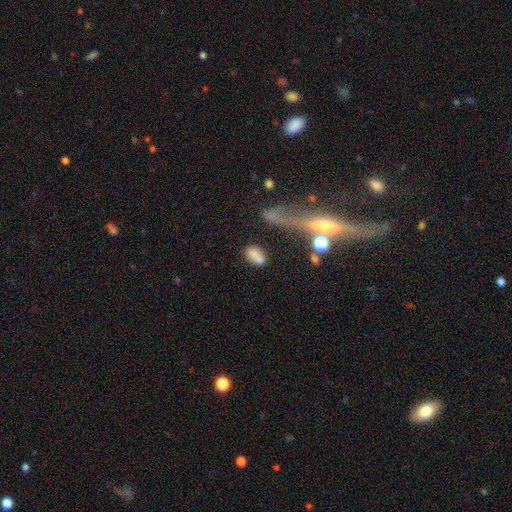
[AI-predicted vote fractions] Morphology: type=smooth (73%); roundness=in between (83%); merging=none (46%).